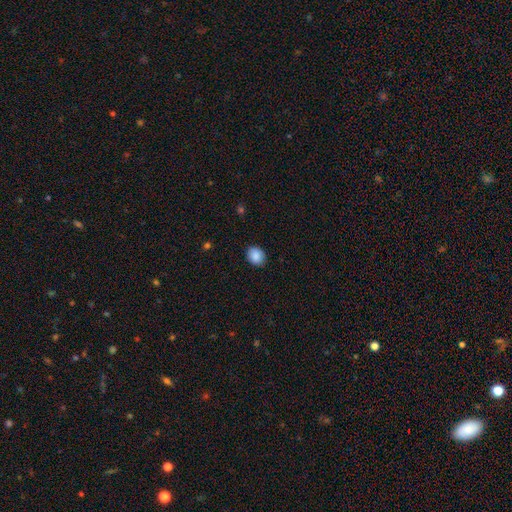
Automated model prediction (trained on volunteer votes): smooth_or_featured: smooth (p=0.89) [alt: star or artifact p=0.08]
how_rounded: round (p=0.52) [alt: in between p=0.48]
merging: none (p=0.88) [alt: minor disturbance p=0.09]